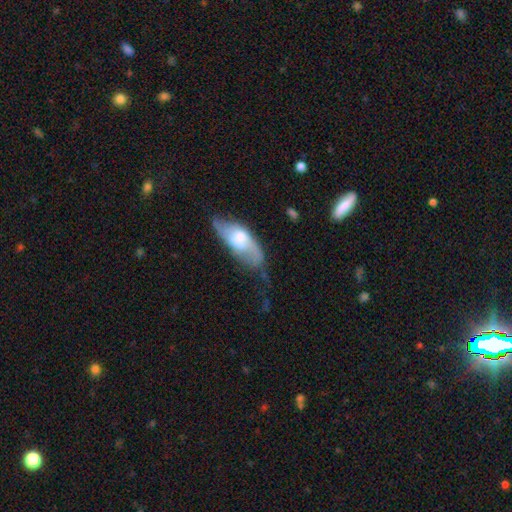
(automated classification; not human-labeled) Morphology: type=featured or disk (58%); edge-on=no (82%); merging=none (48%).